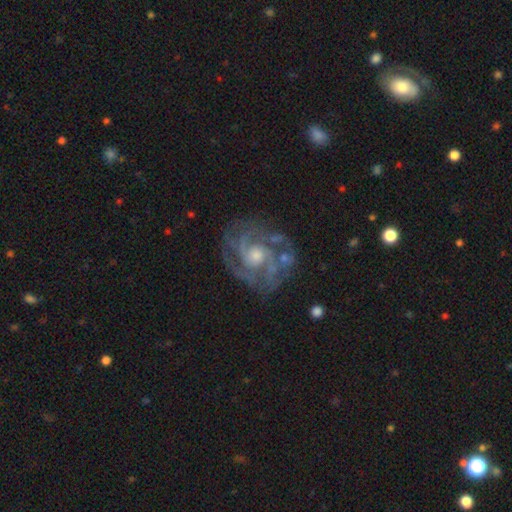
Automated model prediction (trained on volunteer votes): Morphology: type=featured or disk (88%); edge-on=no (98%); bar=no (70%); spiral arms=yes (95%); winding=tight (51%); arm count=3 (33%); bulge=moderate (57%); merging=none (69%).